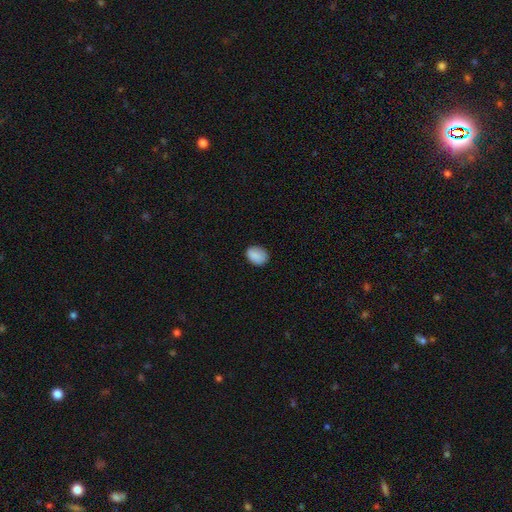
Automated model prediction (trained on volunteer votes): smooth-or-featured: smooth: 88% | star or artifact: 8% | featured or disk: 5%
  how-rounded: in between: 70% | round: 29% | cigar-shaped: 1%
  merging: none: 81% | minor disturbance: 16% | major disturbance: 3% | merger: 1%